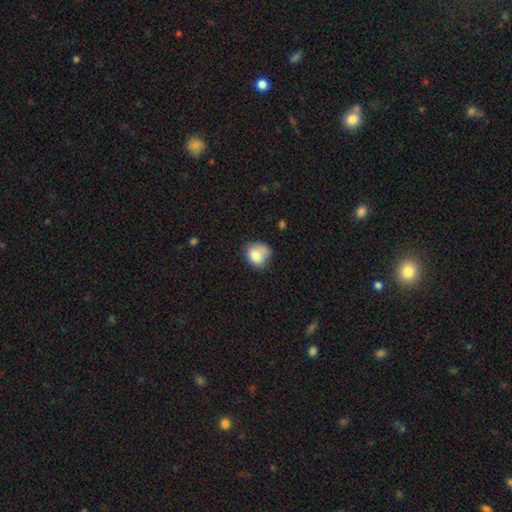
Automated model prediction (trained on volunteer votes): Smooth or featured? Predicted: smooth (p=0.80). How rounded? Predicted: round (p=0.64). Merging? Predicted: none (p=0.46).